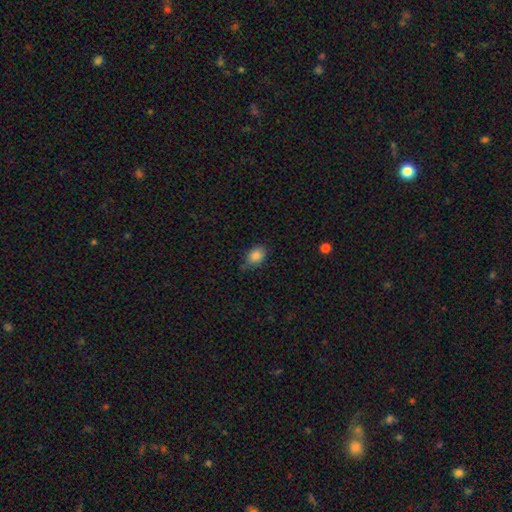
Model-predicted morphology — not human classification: This is clearly a smooth galaxy (85%). How rounded: likely in between (71%). Merging: likely none (65%).